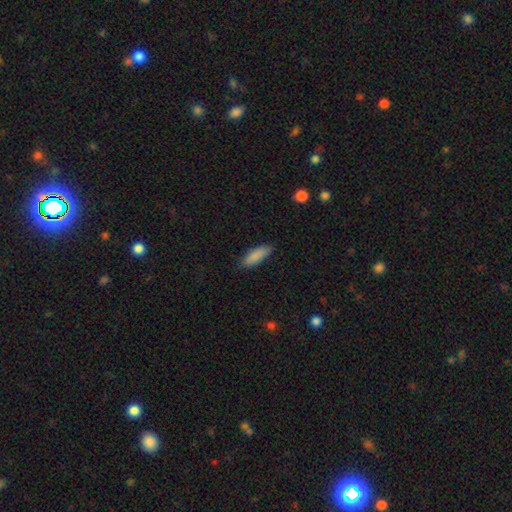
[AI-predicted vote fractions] The model was most divided on "how rounded": in between: 55%, cigar-shaped: 43%, round: 2%. More confident: smooth or featured — smooth (88%); merging — none (85%).